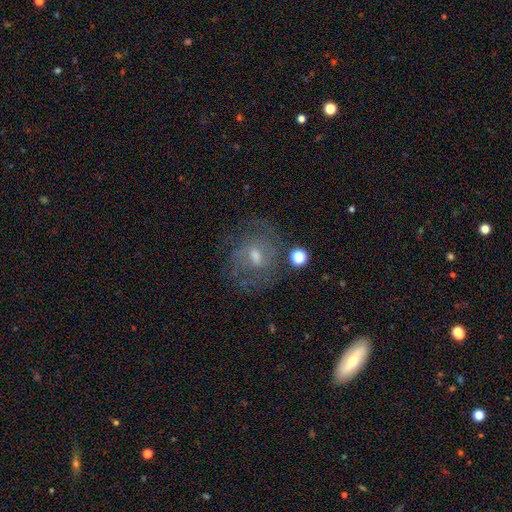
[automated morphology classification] Smooth or featured? featured or disk (64%)
Edge-on disk? no (96%)
Bar? weak (54%)
Spiral arms? yes (74%)
Bulge size? moderate (52%)
Merging? none (63%)